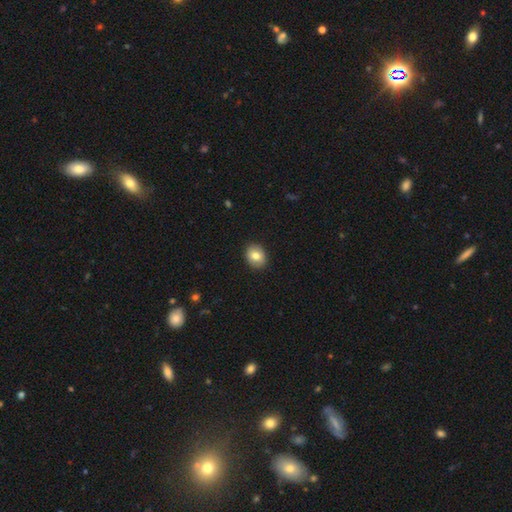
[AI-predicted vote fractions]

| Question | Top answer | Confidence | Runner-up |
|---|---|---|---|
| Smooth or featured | smooth | 80% | featured or disk (12%) |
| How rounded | round | 50% | in between (49%) |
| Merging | none | 90% | minor disturbance (7%) |